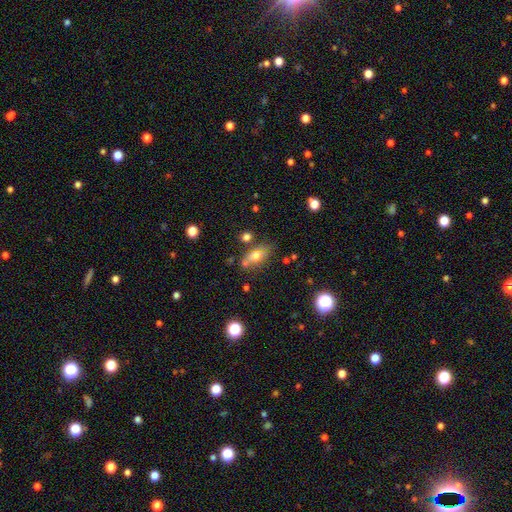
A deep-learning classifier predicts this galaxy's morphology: Smooth or featured? Predicted: smooth (p=0.62). How rounded? Predicted: in between (p=0.78). Merging? Predicted: none (p=0.62).